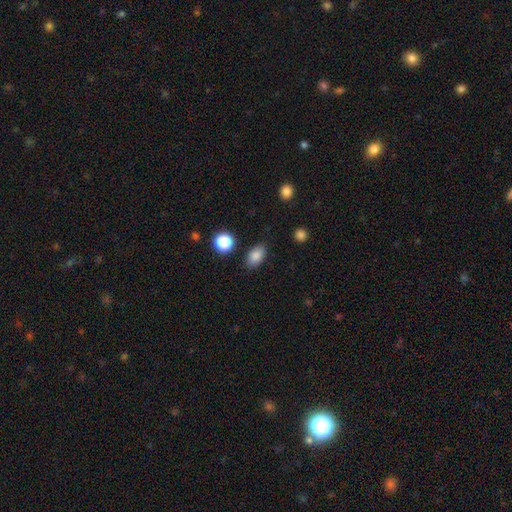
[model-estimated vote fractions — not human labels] Morphology: type=smooth (85%); roundness=in between (88%); merging=none (85%).